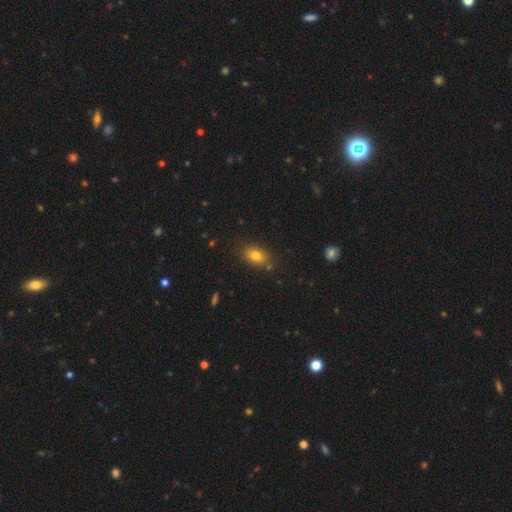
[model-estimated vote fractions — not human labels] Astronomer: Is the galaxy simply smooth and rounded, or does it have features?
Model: smooth — 79%.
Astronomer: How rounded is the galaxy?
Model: in between — 81%.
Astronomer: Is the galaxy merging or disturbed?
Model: none — 79%.